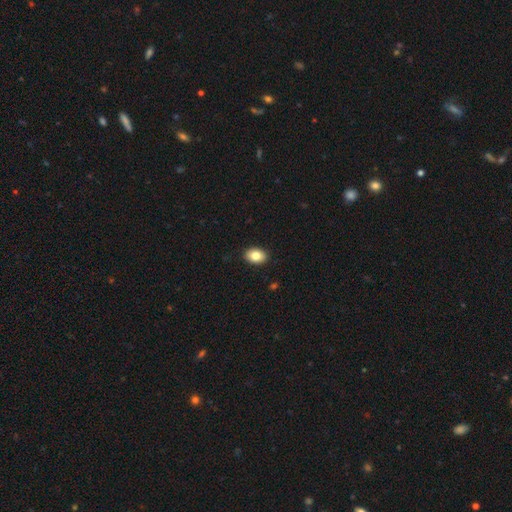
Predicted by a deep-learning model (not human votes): This is clearly a smooth galaxy (84%). How rounded: clearly in between (82%). Merging: clearly none (90%).